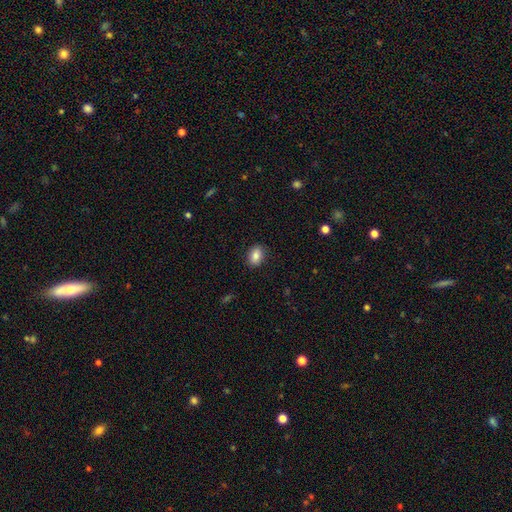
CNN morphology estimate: A smooth galaxy with no disk features (85%) that is in between round and cigar-shaped (78%). Merging: none (89%).